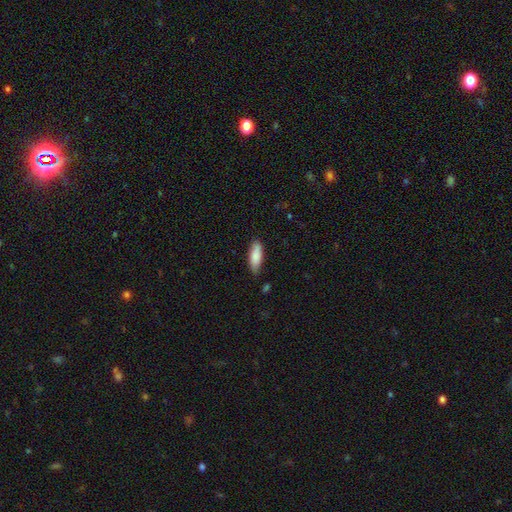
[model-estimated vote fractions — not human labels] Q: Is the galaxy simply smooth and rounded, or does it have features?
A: smooth — 86%.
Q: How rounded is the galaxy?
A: in between — 62%.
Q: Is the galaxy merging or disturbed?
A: none — 78%.